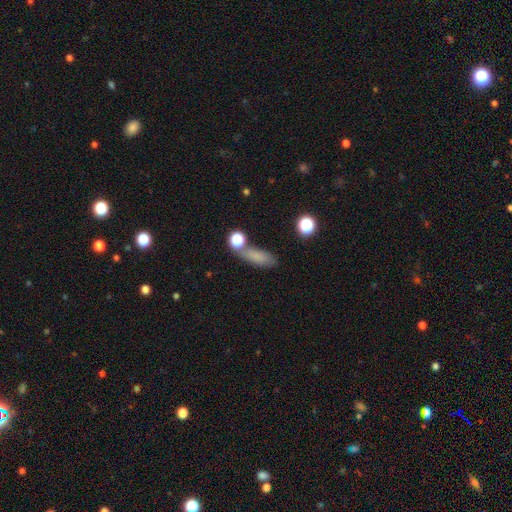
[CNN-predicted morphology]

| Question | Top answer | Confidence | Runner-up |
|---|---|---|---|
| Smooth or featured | smooth | 74% | star or artifact (14%) |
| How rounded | in between | 61% | cigar-shaped (30%) |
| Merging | none | 58% | minor disturbance (18%) |